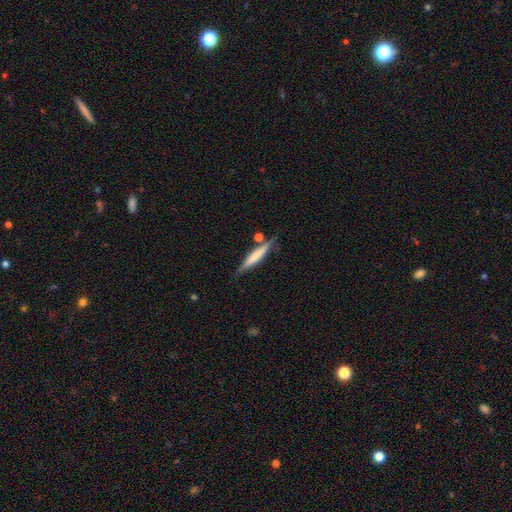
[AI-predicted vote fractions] The model was most divided on "smooth or featured": smooth: 58%, featured or disk: 36%, star or artifact: 6%. More confident: how rounded — cigar-shaped (92%); merging — none (75%).